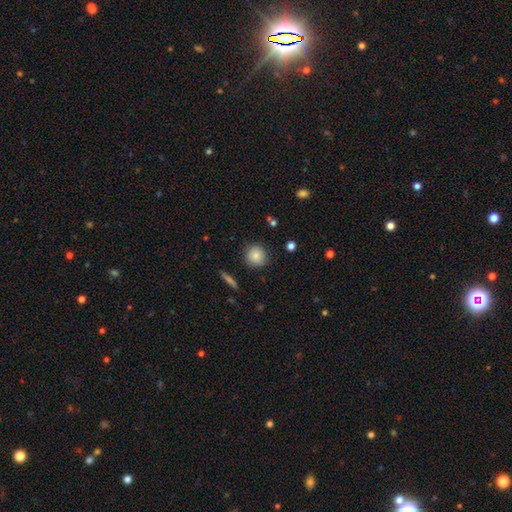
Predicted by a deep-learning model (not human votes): A smooth galaxy with no disk features (84%) that is round (91%). Merging: none (87%).